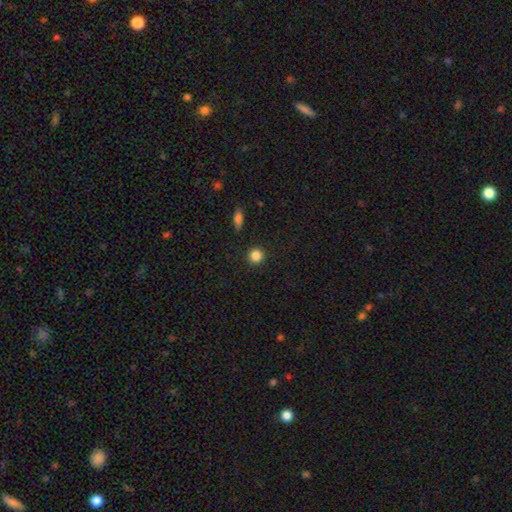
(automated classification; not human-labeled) Morphology: type=smooth (85%); roundness=round (94%); merging=none (92%).